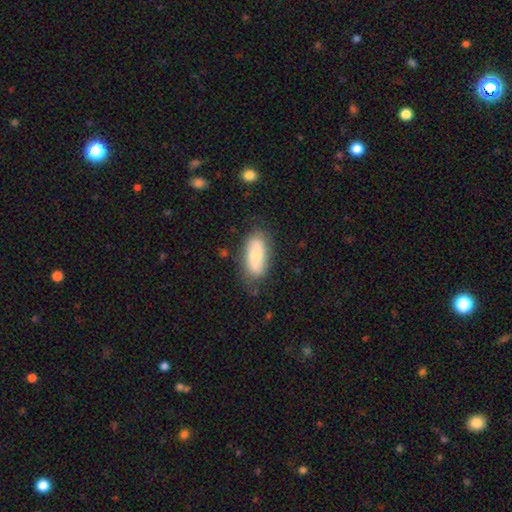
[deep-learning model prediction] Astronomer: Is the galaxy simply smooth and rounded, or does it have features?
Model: smooth — 61%.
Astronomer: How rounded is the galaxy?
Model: in between — 86%.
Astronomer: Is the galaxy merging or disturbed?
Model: none — 72%.